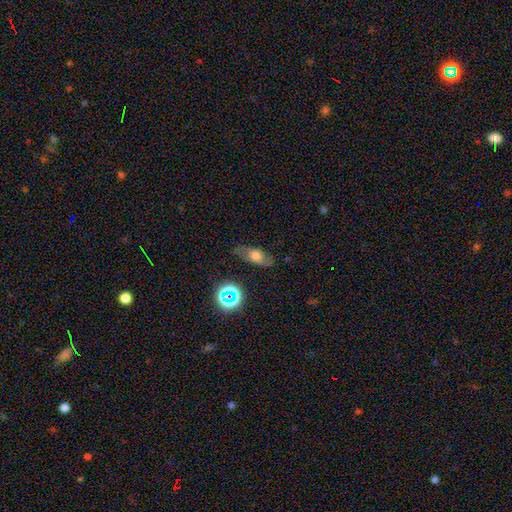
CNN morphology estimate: Smooth or featured?
  - smooth: 52% *
  - featured or disk: 35%
  - star or artifact: 13%
How rounded?
  - in between: 69% *
  - cigar-shaped: 18%
  - round: 14%
Merging?
  - none: 68% *
  - minor disturbance: 22%
  - major disturbance: 8%
  - merger: 2%